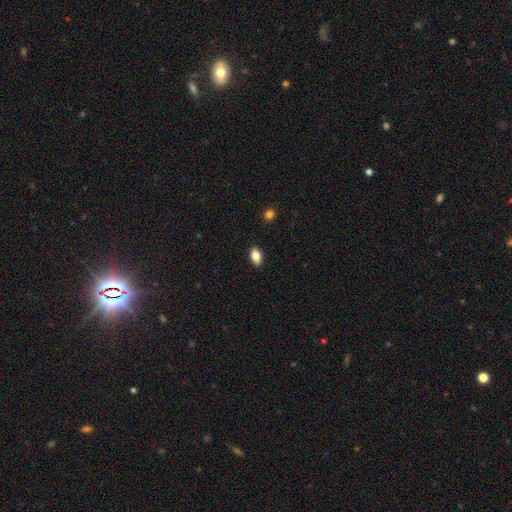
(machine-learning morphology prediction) smooth_or_featured: smooth (p=0.83) [alt: featured or disk p=0.09]
how_rounded: in between (p=0.89) [alt: round p=0.07]
merging: none (p=0.89) [alt: minor disturbance p=0.09]